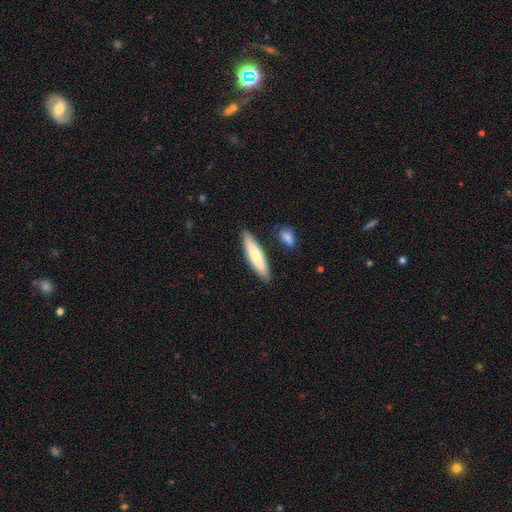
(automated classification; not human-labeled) smooth_or_featured: smooth (p=0.70) [alt: featured or disk p=0.25]
how_rounded: cigar-shaped (p=0.78) [alt: in between p=0.20]
merging: none (p=0.85) [alt: minor disturbance p=0.10]